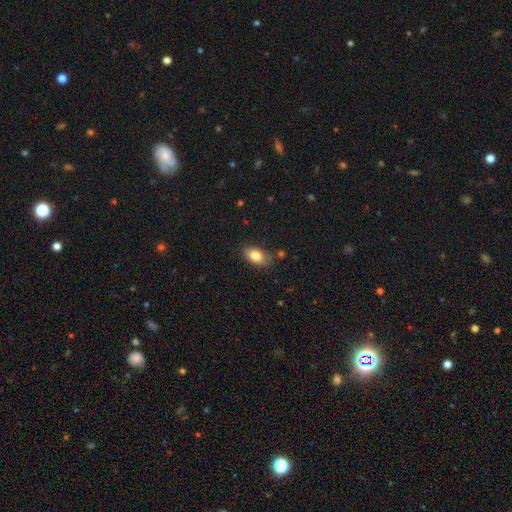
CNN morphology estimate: smooth_or_featured: smooth (p=0.81) [alt: featured or disk p=0.11]
how_rounded: in between (p=0.90) [alt: round p=0.07]
merging: none (p=0.78) [alt: minor disturbance p=0.16]